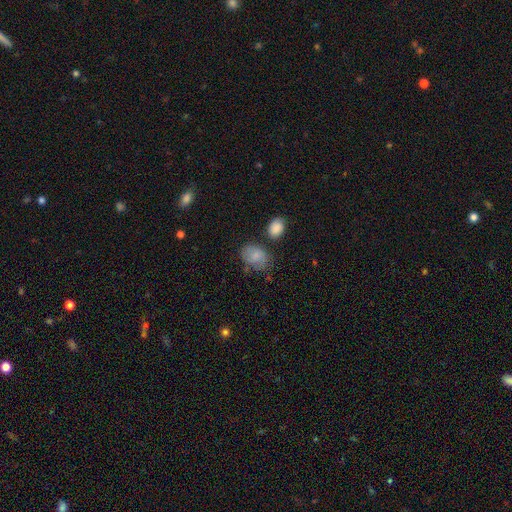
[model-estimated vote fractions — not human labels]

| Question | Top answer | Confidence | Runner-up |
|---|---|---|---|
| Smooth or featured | smooth | 82% | featured or disk (10%) |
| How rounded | in between | 74% | round (25%) |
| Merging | none | 65% | minor disturbance (21%) |